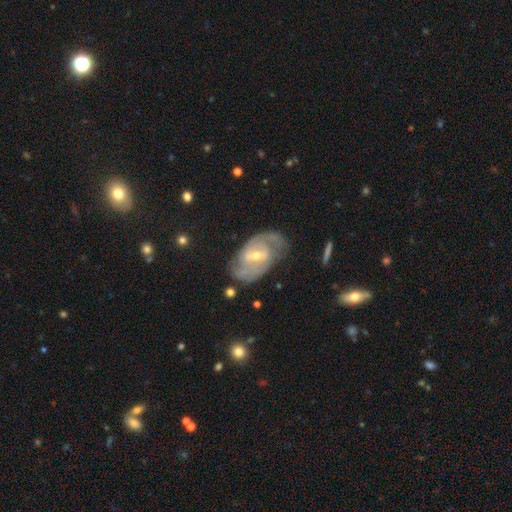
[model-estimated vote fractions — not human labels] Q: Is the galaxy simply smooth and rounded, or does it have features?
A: featured or disk — 86%.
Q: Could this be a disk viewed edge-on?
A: no — 96%.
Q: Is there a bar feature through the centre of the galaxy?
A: weak — 53%.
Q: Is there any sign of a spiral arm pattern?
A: yes — 94%.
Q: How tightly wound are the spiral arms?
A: medium — 45%.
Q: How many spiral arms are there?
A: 2 — 76%.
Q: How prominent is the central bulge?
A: small — 51%.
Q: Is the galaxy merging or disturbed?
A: none — 72%.